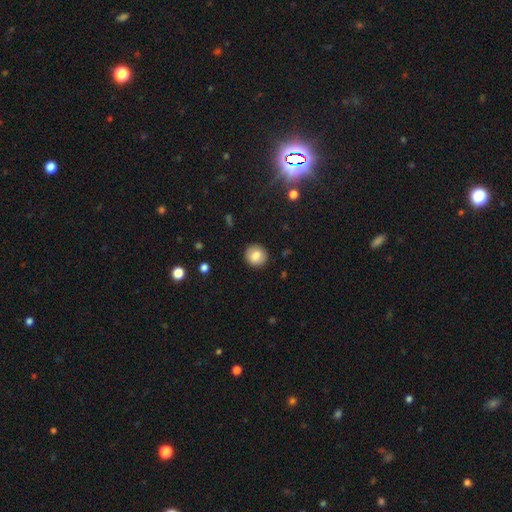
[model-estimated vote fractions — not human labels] Smooth or featured? smooth (81%)
How rounded? round (89%)
Merging? none (90%)